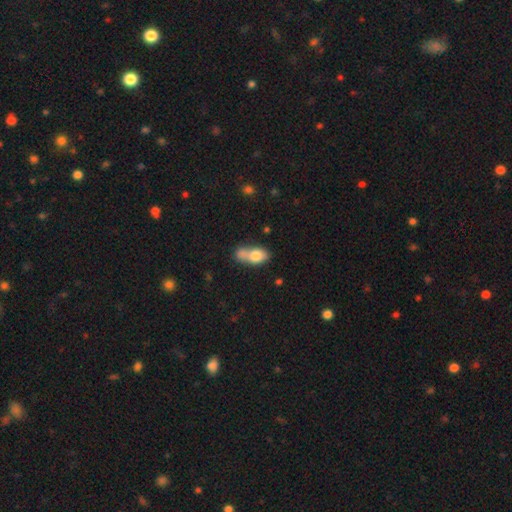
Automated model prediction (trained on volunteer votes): smooth_or_featured: smooth (p=0.75) [alt: featured or disk p=0.18]
how_rounded: in between (p=0.78) [alt: round p=0.15]
merging: merger (p=0.54) [alt: none p=0.25]